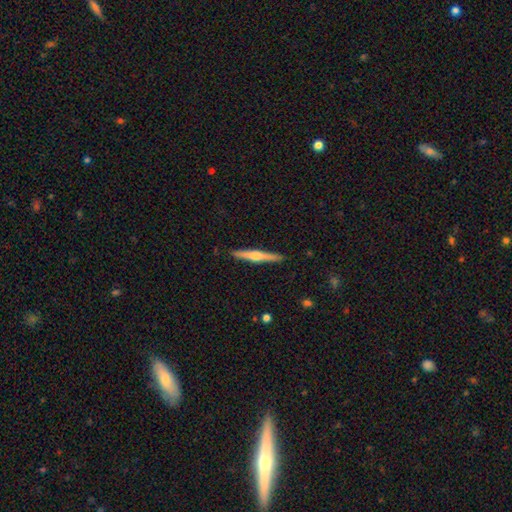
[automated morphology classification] smooth-or-featured: featured or disk: 58% | smooth: 37% | star or artifact: 5%
  disk-edge-on: yes: 97% | no: 3%
    edge-on-bulge: rounded: 83% | none: 11% | boxy: 7%
  merging: none: 90% | minor disturbance: 7% | major disturbance: 1% | merger: 1%